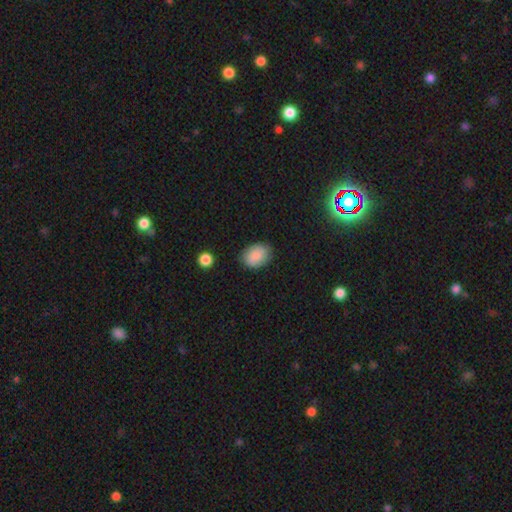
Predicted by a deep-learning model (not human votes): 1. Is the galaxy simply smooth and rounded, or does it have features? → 87% smooth, 8% star or artifact, 5% featured or disk.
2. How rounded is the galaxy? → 77% in between, 22% round, 1% cigar-shaped.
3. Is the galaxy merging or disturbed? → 81% none, 14% minor disturbance, 3% major disturbance, 1% merger.